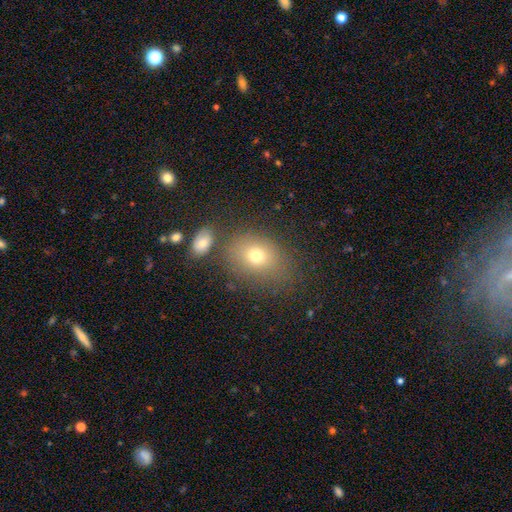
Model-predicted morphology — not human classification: type=smooth (68%); roundness=in between (58%); merging=none (69%).